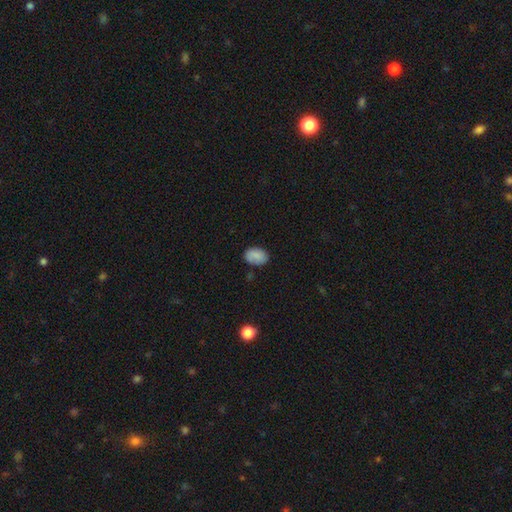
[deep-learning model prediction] Smooth or featured: smooth — 83% (featured or disk — 9%)
How rounded: in between — 84% (round — 15%)
Merging: none — 75% (minor disturbance — 18%)